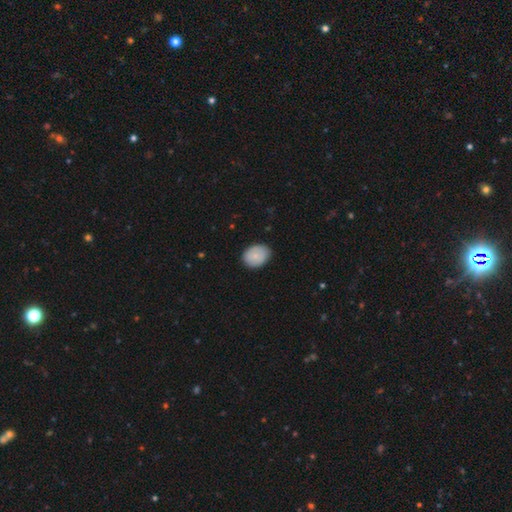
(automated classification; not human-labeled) Q: Smooth or featured?
A: smooth (81%); runner-up: featured or disk (12%)
Q: How rounded?
A: in between (63%); runner-up: round (36%)
Q: Merging?
A: none (83%); runner-up: minor disturbance (13%)